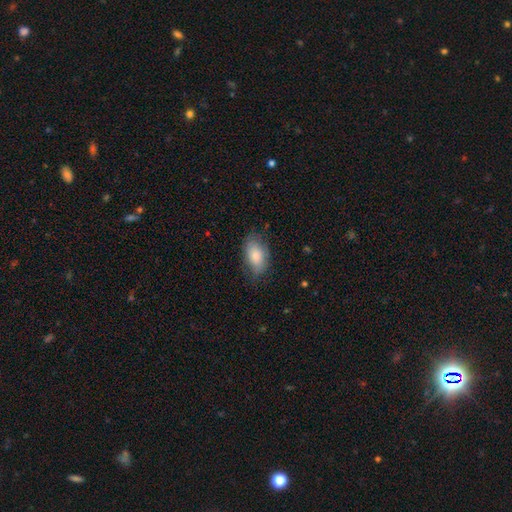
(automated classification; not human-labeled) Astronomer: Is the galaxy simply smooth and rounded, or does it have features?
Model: smooth — 80%.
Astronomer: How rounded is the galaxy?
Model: in between — 92%.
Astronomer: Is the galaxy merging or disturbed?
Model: none — 68%.